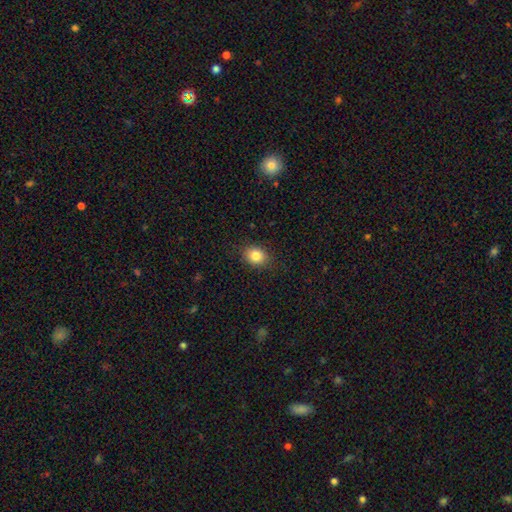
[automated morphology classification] Smooth or featured? Predicted: smooth (p=0.83). How rounded? Predicted: round (p=0.53). Merging? Predicted: none (p=0.87).